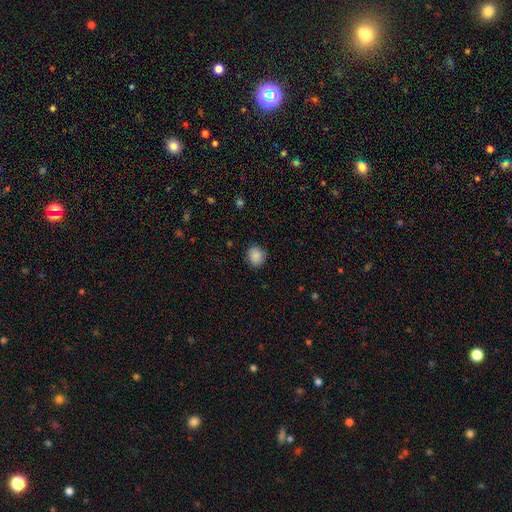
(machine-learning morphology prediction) This appears to be a smooth galaxy with no disk features (88%) that is round (79%). Merging: none (87%).